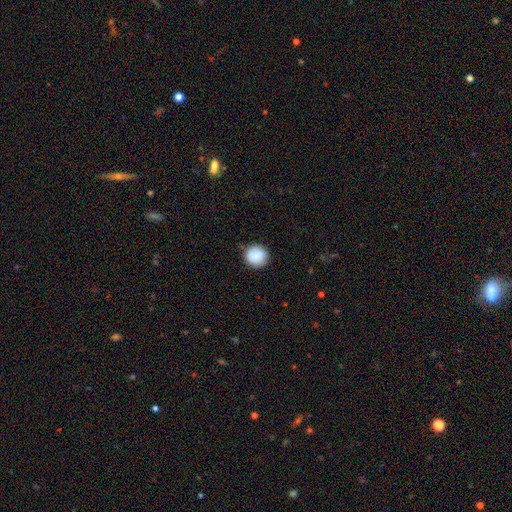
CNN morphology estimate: Q: Smooth or featured?
A: smooth (86%); runner-up: star or artifact (8%)
Q: How rounded?
A: round (93%); runner-up: in between (6%)
Q: Merging?
A: none (84%); runner-up: minor disturbance (12%)